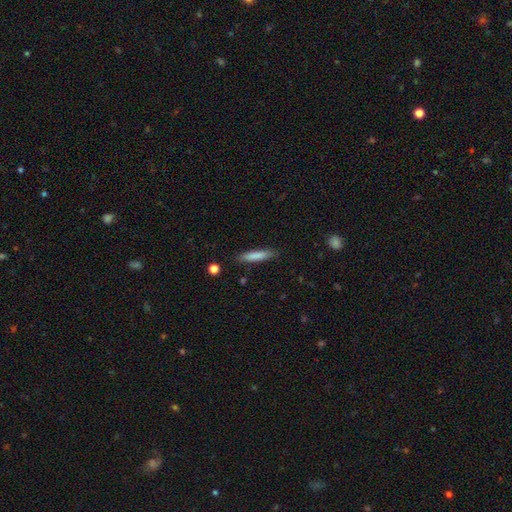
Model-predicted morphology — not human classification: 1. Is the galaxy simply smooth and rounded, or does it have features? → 81% smooth, 13% featured or disk, 6% star or artifact.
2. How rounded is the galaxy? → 87% cigar-shaped, 12% in between, 1% round.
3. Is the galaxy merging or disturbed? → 86% none, 11% minor disturbance, 2% major disturbance, 1% merger.